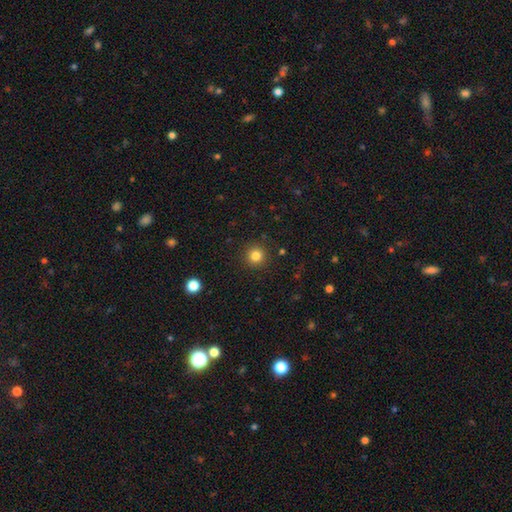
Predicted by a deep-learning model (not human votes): Overall: smooth (83%). How rounded: round (95%). Merging: none (91%).